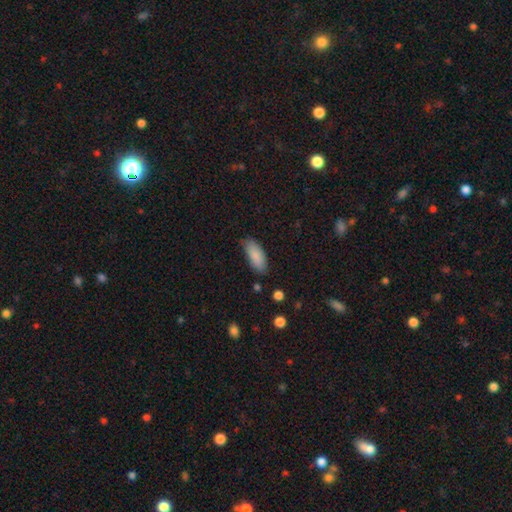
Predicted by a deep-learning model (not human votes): Smooth or featured?
  - smooth: 88% *
  - featured or disk: 6%
  - star or artifact: 6%
How rounded?
  - in between: 83% *
  - cigar-shaped: 16%
  - round: 2%
Merging?
  - none: 72% *
  - minor disturbance: 22%
  - major disturbance: 4%
  - merger: 2%